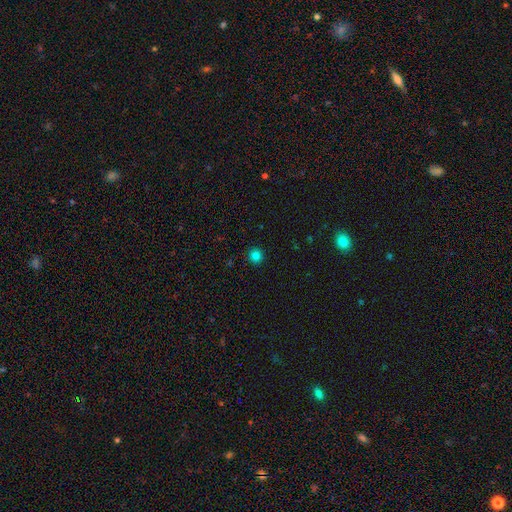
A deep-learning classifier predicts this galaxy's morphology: A smooth galaxy with no disk features (82%) that is round (94%).

Vote fractions:
- Smooth or featured? smooth: 82% / star or artifact: 14% / featured or disk: 4%
- How rounded? round: 94% / in between: 5% / cigar-shaped: 1%
- Merging? none: 93% / minor disturbance: 5% / major disturbance: 2% / merger: 1%